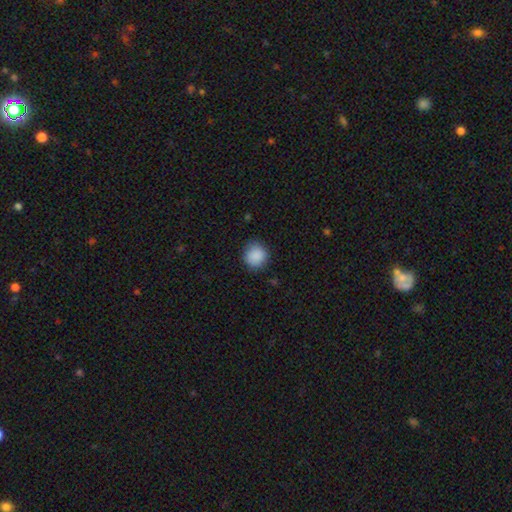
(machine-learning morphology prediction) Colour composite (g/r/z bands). It shows a smooth galaxy with no disk features (88%) that is round (88%). Merging: none (82%).